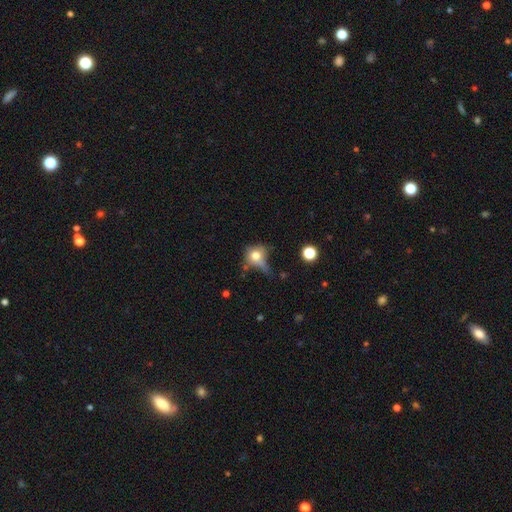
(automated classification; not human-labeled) Overall: smooth (68%). How rounded: round (70%). Merging: none (36%; minor disturbance 28%).